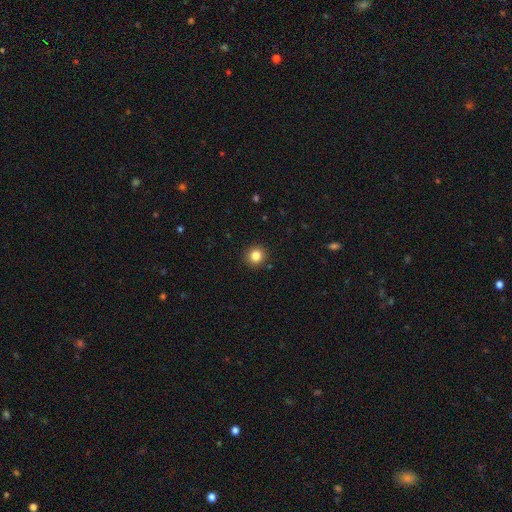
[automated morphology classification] A smooth galaxy with no disk features (84%) that is round (93%).

Vote fractions:
- Smooth or featured? smooth: 84% / star or artifact: 11% / featured or disk: 5%
- How rounded? round: 93% / in between: 6% / cigar-shaped: 1%
- Merging? none: 92% / minor disturbance: 5% / major disturbance: 2% / merger: 1%